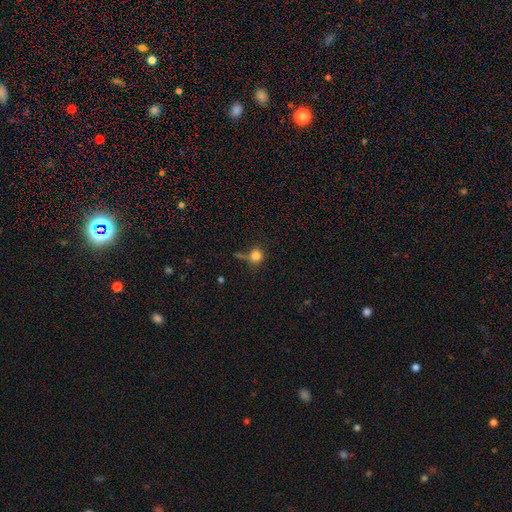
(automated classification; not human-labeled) A smooth galaxy with no disk features (82%) that is round (84%). Merging: none (54%).